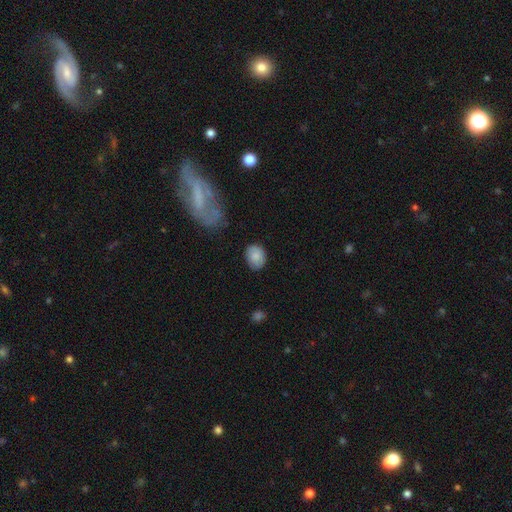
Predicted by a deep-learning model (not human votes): A smooth galaxy with no disk features (82%) that is round (52%). Merging: none (79%).